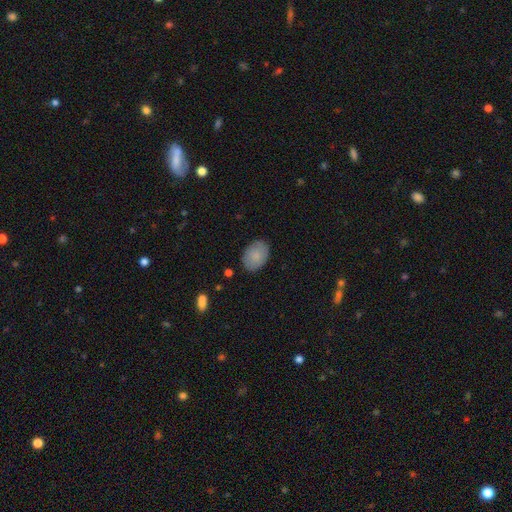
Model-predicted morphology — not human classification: Smooth or featured?
  - smooth: 84% *
  - featured or disk: 9%
  - star or artifact: 7%
How rounded?
  - in between: 82% *
  - round: 17%
  - cigar-shaped: 1%
Merging?
  - none: 84% *
  - minor disturbance: 12%
  - major disturbance: 3%
  - merger: 1%